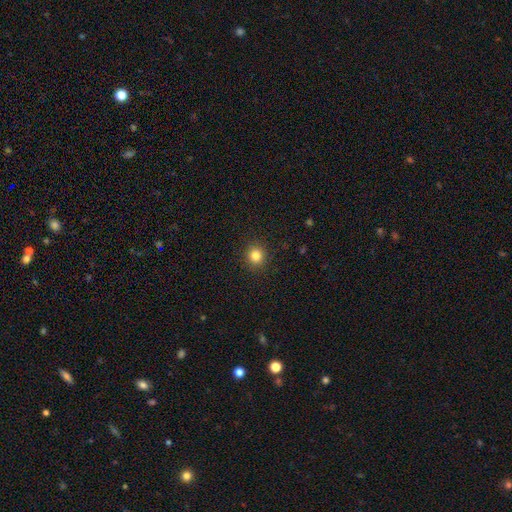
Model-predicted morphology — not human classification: smooth_or_featured: smooth (p=0.83) [alt: star or artifact p=0.12]
how_rounded: round (p=0.89) [alt: in between p=0.10]
merging: none (p=0.91) [alt: minor disturbance p=0.06]